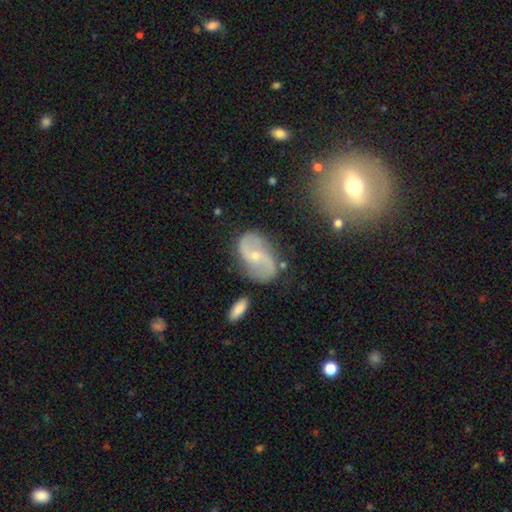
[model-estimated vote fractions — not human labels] The model was most divided on "bar": no: 52%, weak: 35%, strong: 13%. More confident: edge-on disk — no (97%); spiral arms — yes (93%); spiral arm count — 2 (92%); smooth or featured — featured or disk (83%); merging — none (77%); bulge size — small (69%); spiral winding — loose (58%).